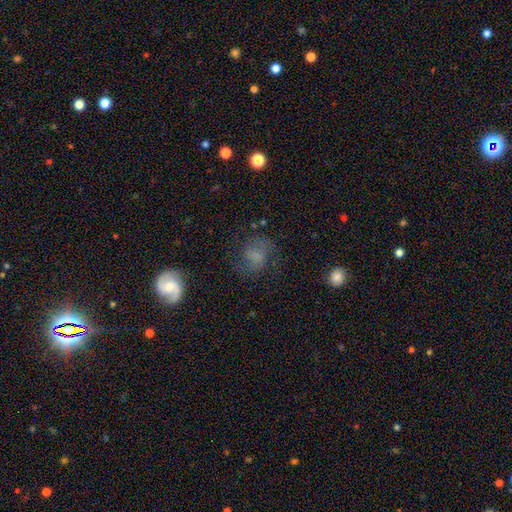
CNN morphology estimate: Overall: smooth (45%; featured or disk 38%). Merging: none (61%).